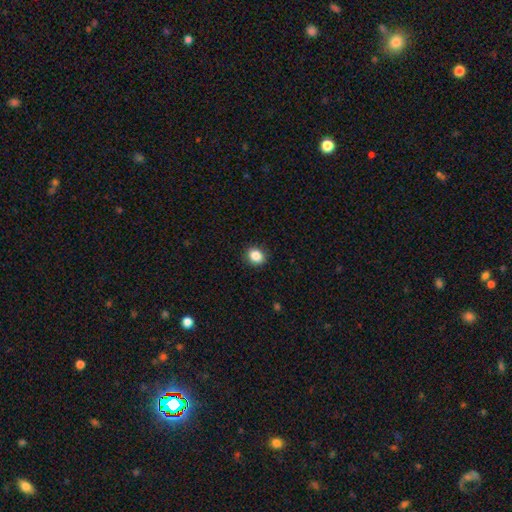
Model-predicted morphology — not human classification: A smooth galaxy with no disk features (86%) that is round (68%).

Vote fractions:
- Smooth or featured? smooth: 86% / star or artifact: 10% / featured or disk: 4%
- How rounded? round: 68% / in between: 31% / cigar-shaped: 1%
- Merging? none: 90% / minor disturbance: 7% / major disturbance: 2% / merger: 1%